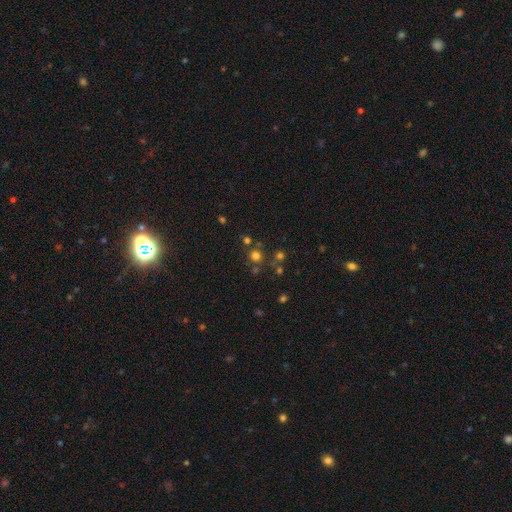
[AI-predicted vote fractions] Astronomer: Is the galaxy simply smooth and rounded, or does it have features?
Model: smooth — 65%.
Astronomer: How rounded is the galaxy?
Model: round — 91%.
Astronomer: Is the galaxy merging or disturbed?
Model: none — 75%.